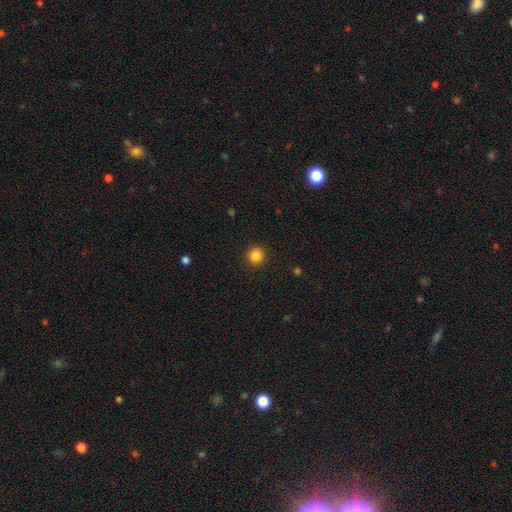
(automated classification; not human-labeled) This appears to be a smooth galaxy with no disk features (85%) that is round (92%). Merging: none (92%).